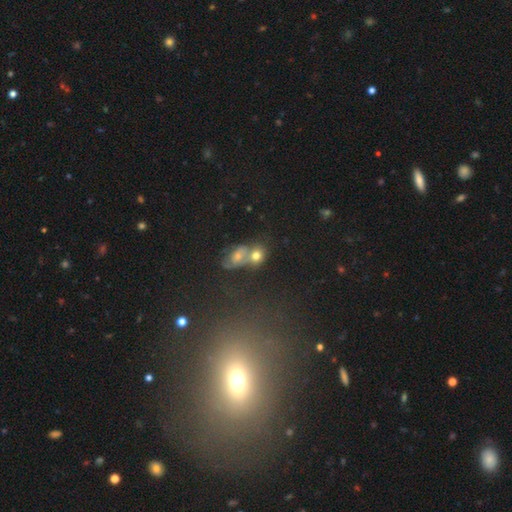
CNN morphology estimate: This appears to be a smooth galaxy with no disk features (64%) that is round (56%). Merging: merger (58%).